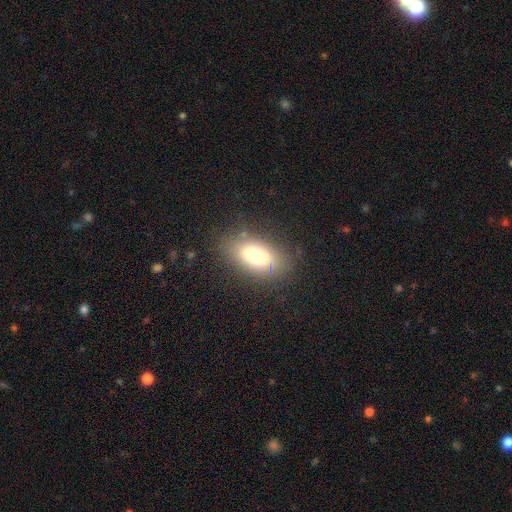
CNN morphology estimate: Smooth or featured? Predicted: smooth (p=0.76). How rounded? Predicted: in between (p=0.87). Merging? Predicted: none (p=0.80).